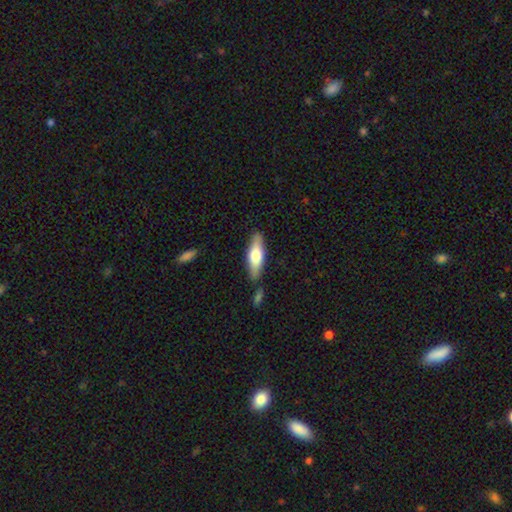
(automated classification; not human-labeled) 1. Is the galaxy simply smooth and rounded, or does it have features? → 60% smooth, 34% featured or disk, 5% star or artifact.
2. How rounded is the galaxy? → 51% in between, 47% cigar-shaped, 2% round.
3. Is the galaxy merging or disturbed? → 80% none, 12% minor disturbance, 5% merger, 3% major disturbance.